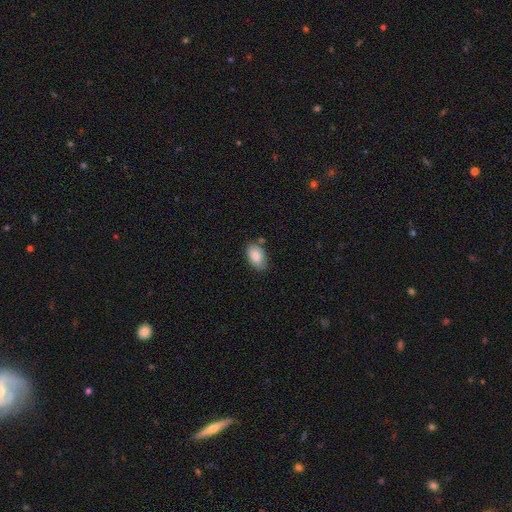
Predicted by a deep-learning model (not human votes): smooth 79%, featured or disk 15%, star or artifact 7%. Down the decision tree: how rounded — in between (92%); merging — none (67%).